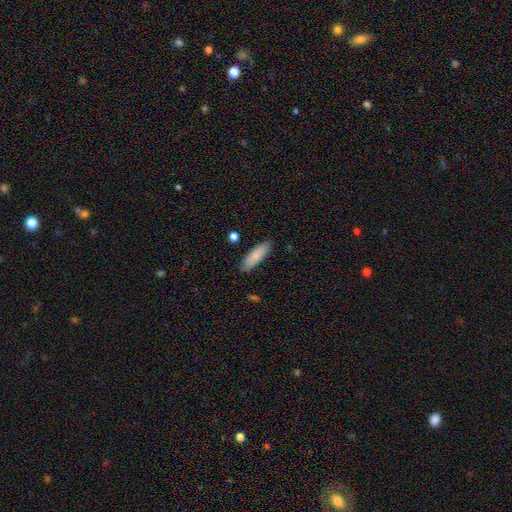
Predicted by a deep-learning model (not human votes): Q: Smooth or featured?
A: smooth (83%); runner-up: featured or disk (11%)
Q: How rounded?
A: in between (52%); runner-up: cigar-shaped (46%)
Q: Merging?
A: none (87%); runner-up: minor disturbance (10%)